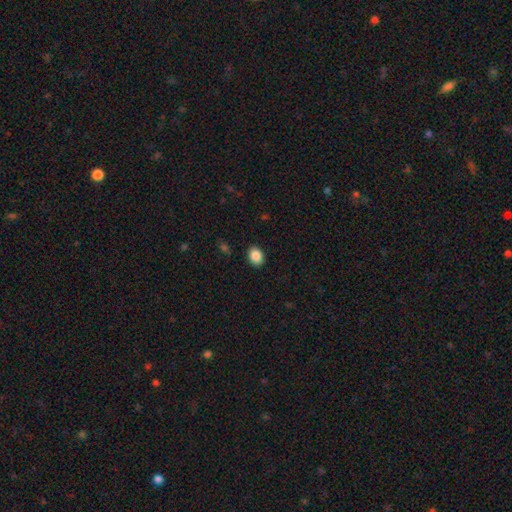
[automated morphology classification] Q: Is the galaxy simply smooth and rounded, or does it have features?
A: smooth — 88%.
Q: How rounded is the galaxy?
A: in between — 61%.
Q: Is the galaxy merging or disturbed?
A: none — 89%.